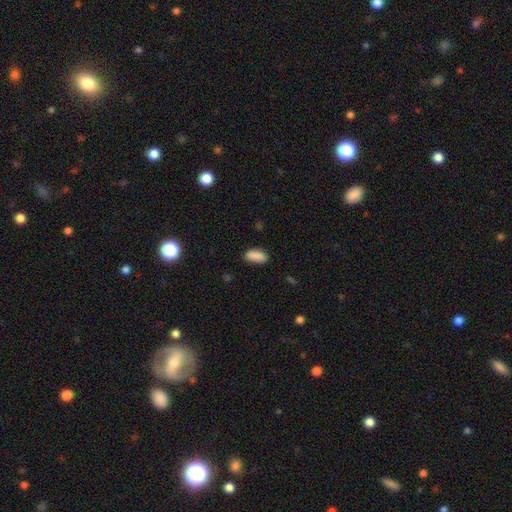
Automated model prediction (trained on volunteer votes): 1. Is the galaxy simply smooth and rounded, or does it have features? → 89% smooth, 7% star or artifact, 4% featured or disk.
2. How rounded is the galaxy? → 81% in between, 17% cigar-shaped, 2% round.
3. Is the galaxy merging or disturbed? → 84% none, 12% minor disturbance, 2% major disturbance, 1% merger.